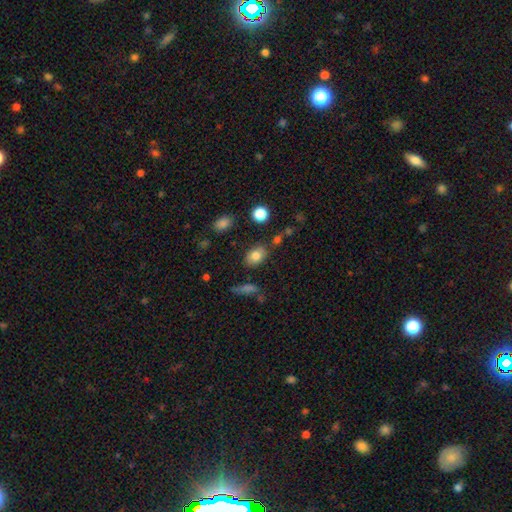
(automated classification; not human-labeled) A smooth galaxy with no disk features (80%) that is in between round and cigar-shaped (78%).

Vote fractions:
- Smooth or featured? smooth: 80% / featured or disk: 11% / star or artifact: 10%
- How rounded? in between: 78% / round: 20% / cigar-shaped: 2%
- Merging? none: 76% / minor disturbance: 15% / merger: 6% / major disturbance: 4%